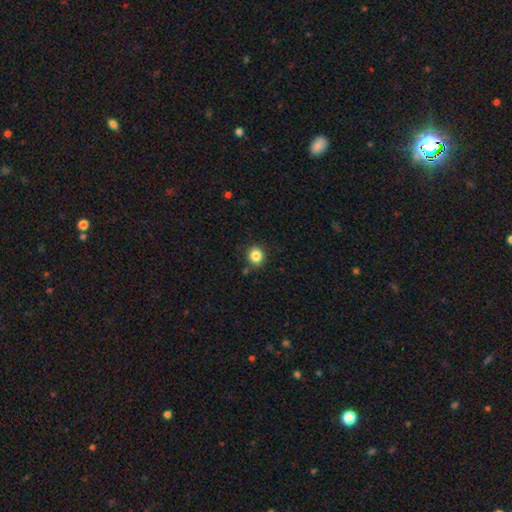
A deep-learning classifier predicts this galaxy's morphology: Q: Smooth or featured?
A: smooth (84%); runner-up: star or artifact (11%)
Q: How rounded?
A: round (82%); runner-up: in between (17%)
Q: Merging?
A: none (86%); runner-up: minor disturbance (9%)